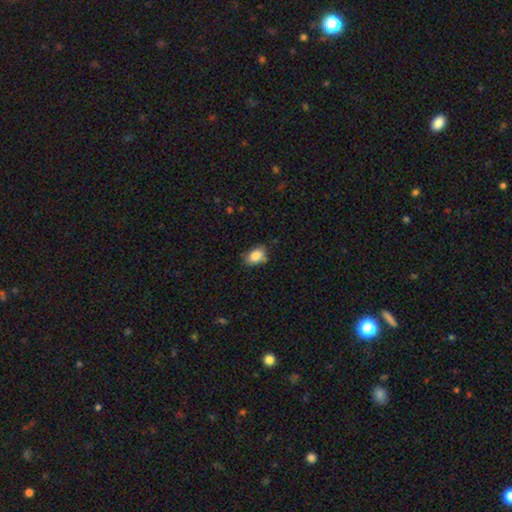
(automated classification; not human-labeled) A smooth galaxy with no disk features (86%) that is in between round and cigar-shaped (82%). Merging: none (65%).